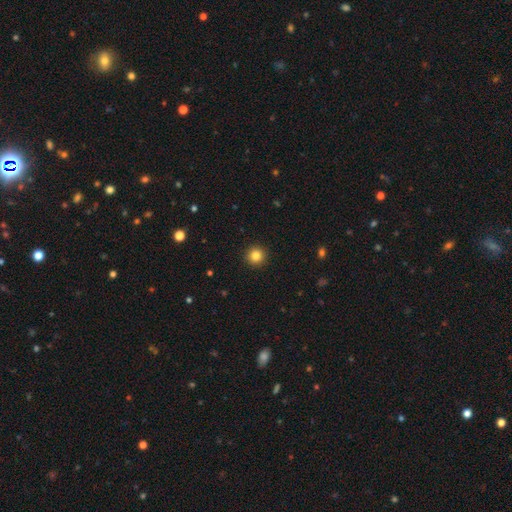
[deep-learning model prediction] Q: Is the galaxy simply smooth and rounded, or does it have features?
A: smooth — 84%.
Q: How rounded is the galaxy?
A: round — 95%.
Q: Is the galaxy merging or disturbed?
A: none — 93%.